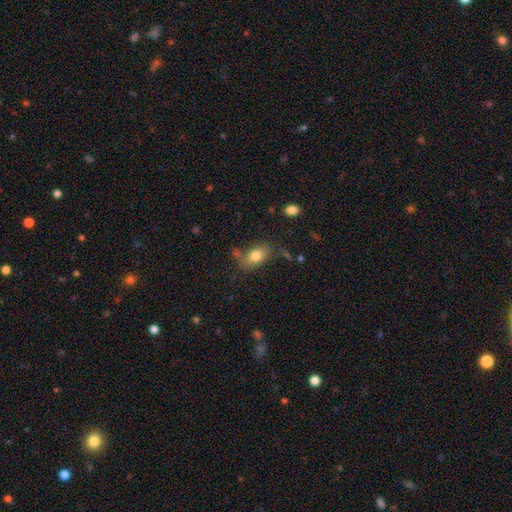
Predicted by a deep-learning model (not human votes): smooth 79%, featured or disk 12%, star or artifact 9%. Down the decision tree: how rounded — in between (83%); merging — none (68%).